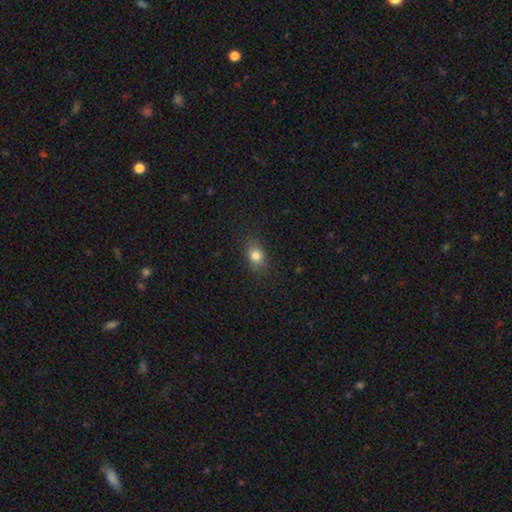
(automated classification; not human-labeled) Smooth or featured: smooth — 81% (star or artifact — 11%)
How rounded: in between — 65% (round — 32%)
Merging: none — 83% (minor disturbance — 12%)